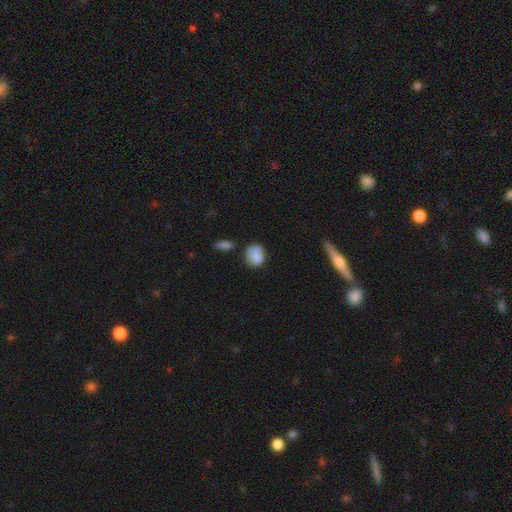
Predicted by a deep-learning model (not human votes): smooth 81%, featured or disk 11%, star or artifact 8%. Down the decision tree: how rounded — round (53%); merging — none (58%).